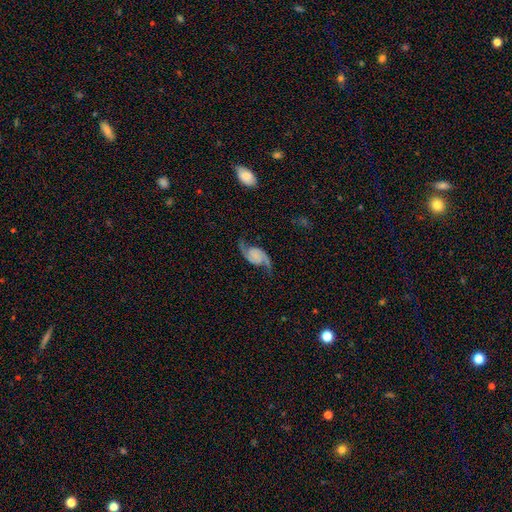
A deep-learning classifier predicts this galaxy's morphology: Smooth or featured?
  - featured or disk: 87% *
  - smooth: 7%
  - star or artifact: 6%
Edge-on disk?
  - no: 97% *
  - yes: 3%
Bar?
  - no: 64% *
  - weak: 26%
  - strong: 10%
Spiral arms?
  - yes: 97% *
  - no: 3%
Spiral winding?
  - loose: 63% *
  - medium: 29%
  - tight: 8%
Spiral arm count?
  - 2: 94% *
  - can't tell: 1%
  - 1: 1%
  - 3: 1%
  - 4: 1%
  - more than 4: 1%
Bulge size?
  - none: 60% *
  - small: 20%
  - moderate: 8%
  - large: 7%
  - dominant: 5%
Merging?
  - none: 74% *
  - minor disturbance: 16%
  - major disturbance: 9%
  - merger: 2%